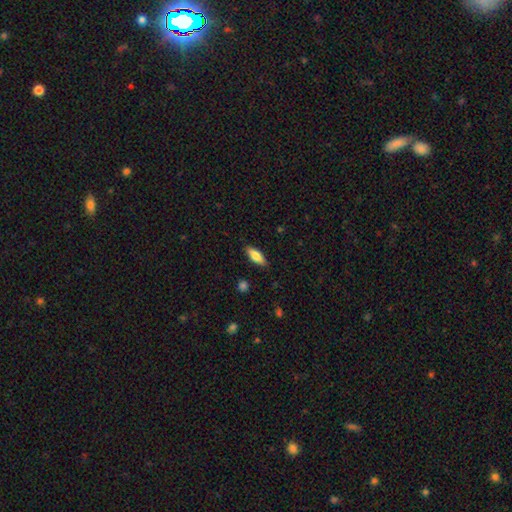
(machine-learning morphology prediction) This appears to be a smooth galaxy with no disk features (72%) that is in between round and cigar-shaped (66%). Merging: none (86%).